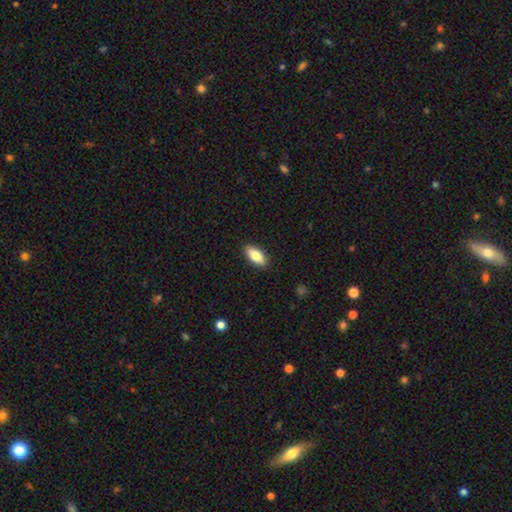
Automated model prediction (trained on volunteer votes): Smooth or featured? Predicted: smooth (p=0.84). How rounded? Predicted: in between (p=0.88). Merging? Predicted: none (p=0.90).